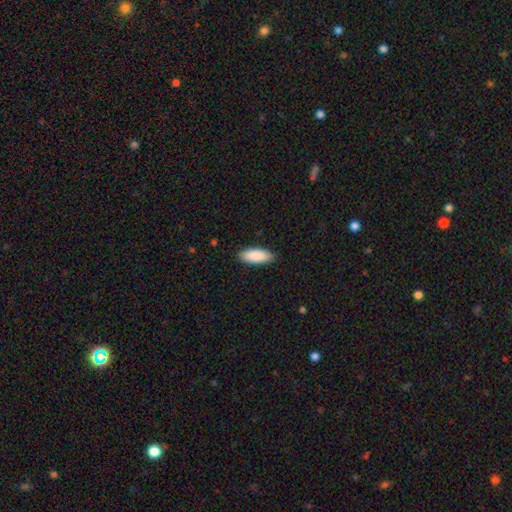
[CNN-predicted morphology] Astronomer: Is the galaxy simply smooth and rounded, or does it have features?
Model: smooth — 89%.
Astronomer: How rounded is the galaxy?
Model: in between — 76%.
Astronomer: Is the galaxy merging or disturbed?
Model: none — 89%.